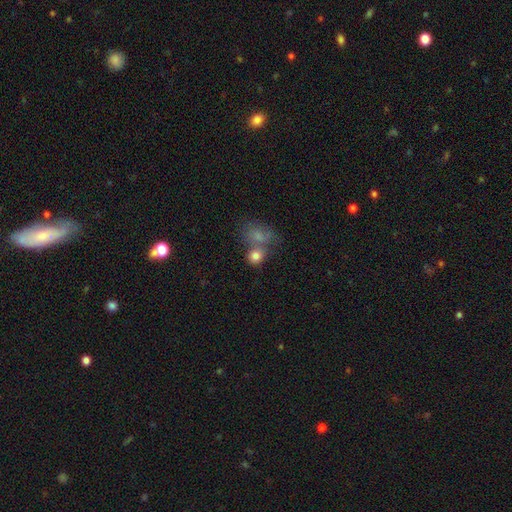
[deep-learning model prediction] smooth 80%, star or artifact 10%, featured or disk 10%. Down the decision tree: how rounded — round (70%); merging — none (43%).